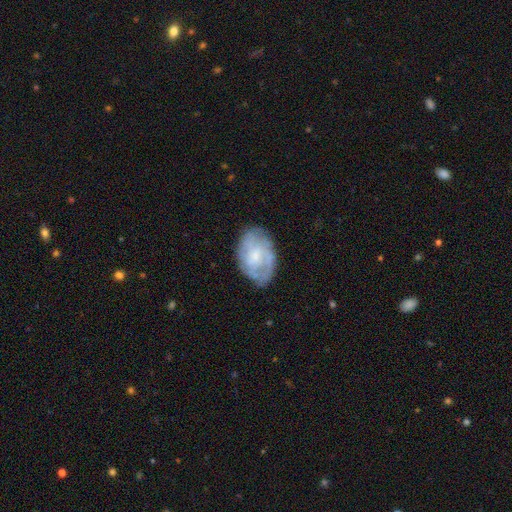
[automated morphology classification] Smooth or featured?
  - featured or disk: 63% *
  - smooth: 31%
  - star or artifact: 6%
Edge-on disk?
  - no: 96% *
  - yes: 4%
Bar?
  - no: 61% *
  - weak: 34%
  - strong: 5%
Spiral arms?
  - yes: 75% *
  - no: 25%
Bulge size?
  - small: 53% *
  - moderate: 29%
  - none: 13%
  - large: 3%
  - dominant: 1%
Merging?
  - none: 70% *
  - minor disturbance: 21%
  - major disturbance: 7%
  - merger: 1%